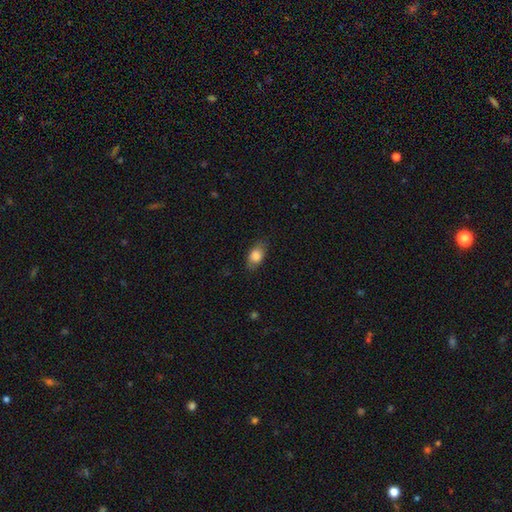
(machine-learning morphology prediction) The model was most divided on "merging": none: 77%, minor disturbance: 17%, major disturbance: 5%, merger: 1%. More confident: how rounded — in between (83%); smooth or featured — smooth (80%).